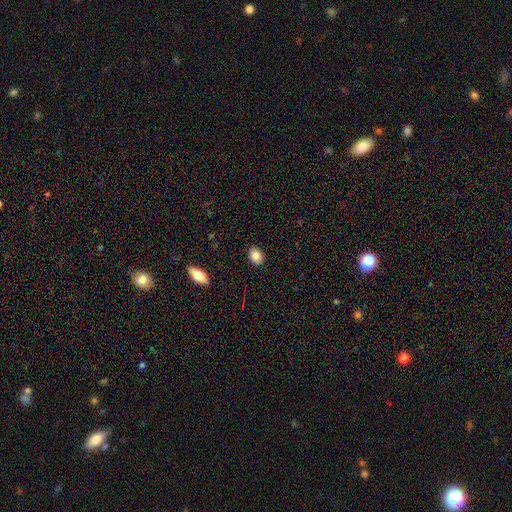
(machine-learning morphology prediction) Overall: smooth (84%). How rounded: in between (71%). Merging: none (89%).